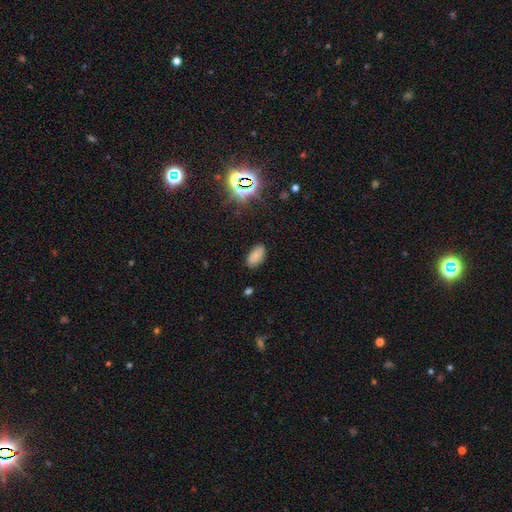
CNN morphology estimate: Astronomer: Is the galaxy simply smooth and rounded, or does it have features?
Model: smooth — 76%.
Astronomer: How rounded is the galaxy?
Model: in between — 94%.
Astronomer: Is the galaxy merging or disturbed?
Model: none — 82%.